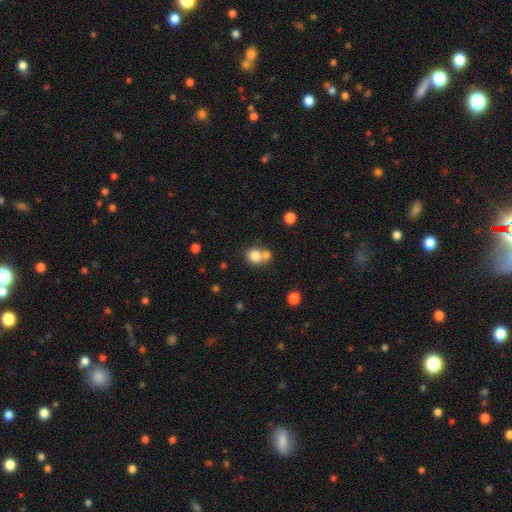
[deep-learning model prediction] This is clearly a smooth galaxy (81%). How rounded: likely round (77%). Merging: possibly none (46%).